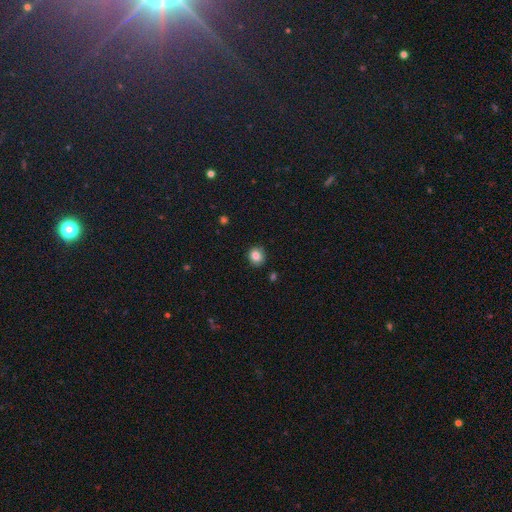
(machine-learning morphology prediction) This appears to be a smooth galaxy with no disk features (82%) that is round (82%). Merging: none (87%).